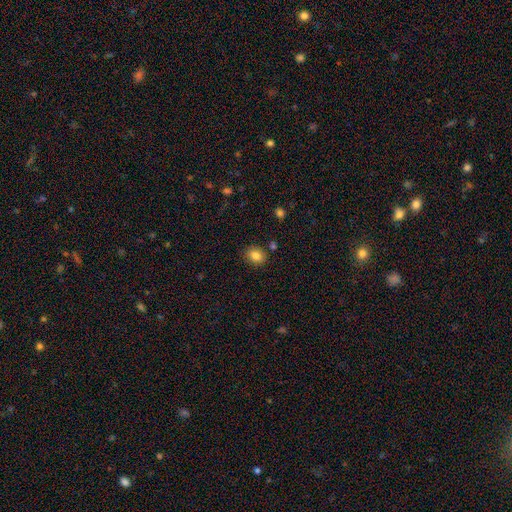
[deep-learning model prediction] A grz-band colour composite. It shows a smooth galaxy with no disk features (83%) that is in between round and cigar-shaped (50%). Merging: none (84%).